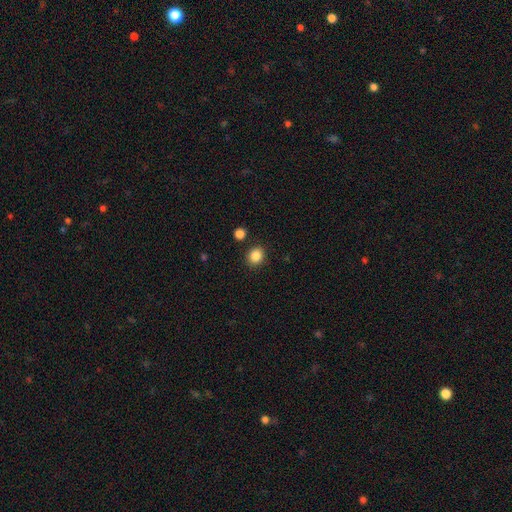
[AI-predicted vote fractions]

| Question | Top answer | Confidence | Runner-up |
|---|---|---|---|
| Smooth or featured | smooth | 86% | star or artifact (10%) |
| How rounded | round | 75% | in between (24%) |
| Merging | none | 87% | minor disturbance (7%) |